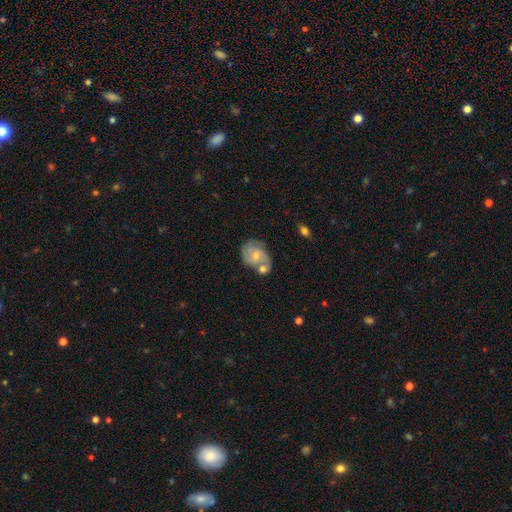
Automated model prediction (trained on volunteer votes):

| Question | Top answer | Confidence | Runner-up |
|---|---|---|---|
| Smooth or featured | featured or disk | 53% | smooth (40%) |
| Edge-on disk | no | 97% | yes (3%) |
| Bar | no | 51% | weak (42%) |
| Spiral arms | yes | 74% | no (26%) |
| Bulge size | small | 52% | moderate (39%) |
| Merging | merger | 38% | none (36%) |